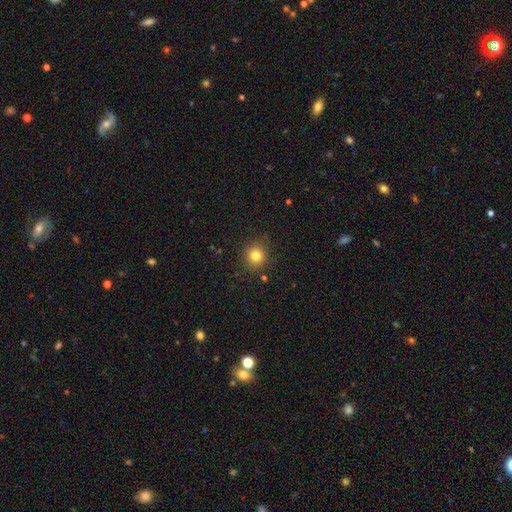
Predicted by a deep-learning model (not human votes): Smooth or featured?
  - smooth: 81% *
  - star or artifact: 13%
  - featured or disk: 6%
How rounded?
  - round: 87% *
  - in between: 12%
  - cigar-shaped: 1%
Merging?
  - none: 88% *
  - minor disturbance: 8%
  - major disturbance: 2%
  - merger: 2%